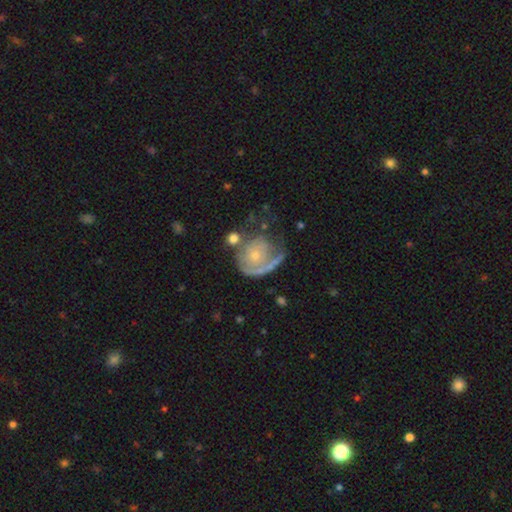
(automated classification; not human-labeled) A featured or disk galaxy (65%) with no bar (85%), spiral arms (65%) and a small central bulge (66%).

Vote fractions:
- Smooth or featured? featured or disk: 65% / smooth: 28% / star or artifact: 6%
- Edge-on disk? no: 97% / yes: 3%
- Bar? no: 85% / weak: 13% / strong: 3%
- Spiral arms? yes: 65% / no: 35%
- Bulge size? small: 66% / moderate: 25% / none: 5% / large: 2% / dominant: 1%
- Merging? none: 38% / major disturbance: 26% / minor disturbance: 22% / merger: 13%